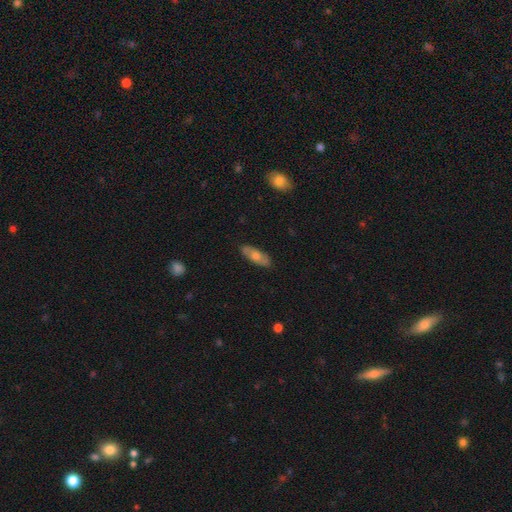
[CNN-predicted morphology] Smooth or featured?
  - smooth: 59% *
  - featured or disk: 35%
  - star or artifact: 6%
How rounded?
  - in between: 68% *
  - cigar-shaped: 29%
  - round: 3%
Merging?
  - none: 86% *
  - minor disturbance: 11%
  - major disturbance: 2%
  - merger: 1%